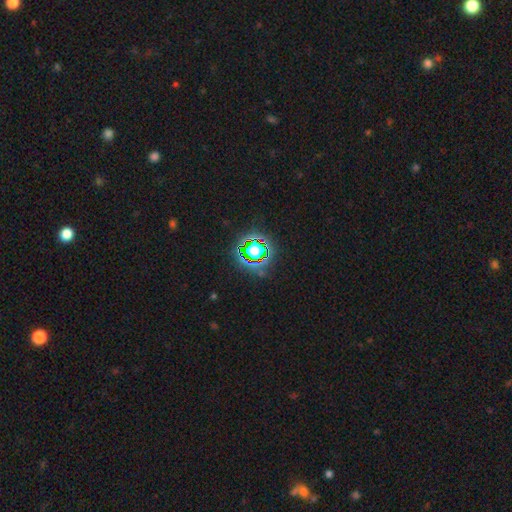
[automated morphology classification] smooth_or_featured: star or artifact (p=0.79) [alt: smooth p=0.13]